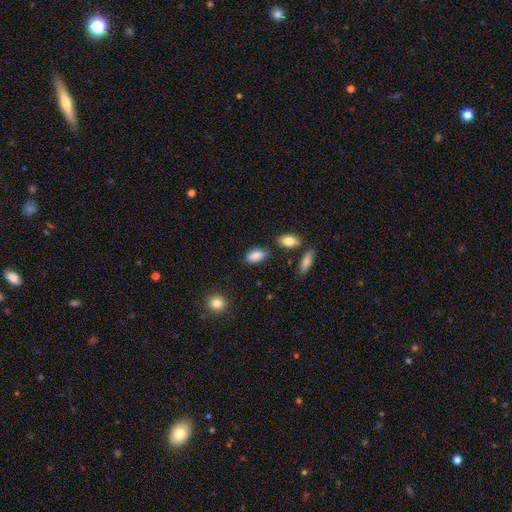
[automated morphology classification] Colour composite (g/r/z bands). It shows a smooth galaxy with no disk features (87%) that is in between round and cigar-shaped (92%). Merging: none (78%).